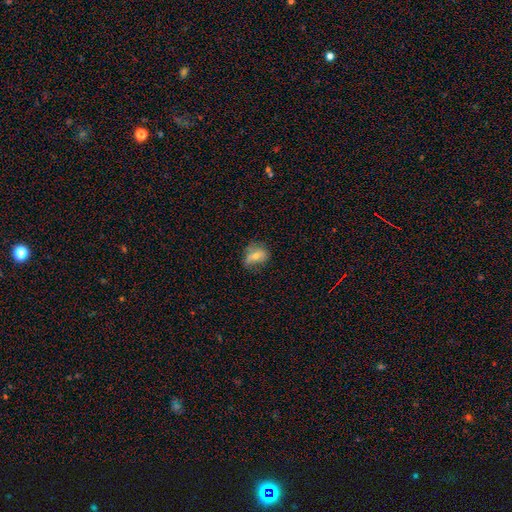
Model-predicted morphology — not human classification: A smooth galaxy with no disk features (63%) that is in between round and cigar-shaped (69%).

Vote fractions:
- Smooth or featured? smooth: 63% / featured or disk: 26% / star or artifact: 11%
- How rounded? in between: 69% / round: 28% / cigar-shaped: 3%
- Merging? none: 52% / minor disturbance: 31% / major disturbance: 15% / merger: 2%